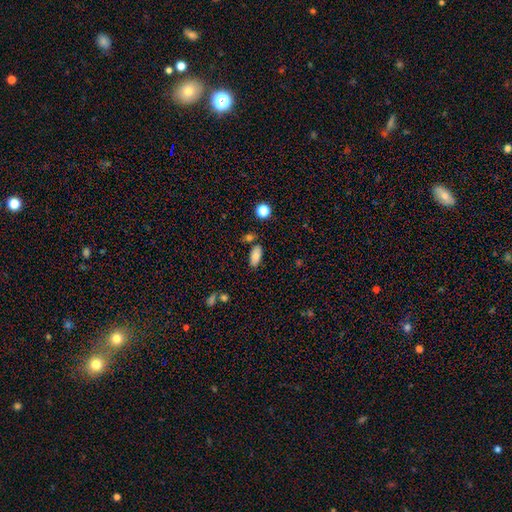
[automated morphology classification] A smooth galaxy with no disk features (83%) that is in between round and cigar-shaped (88%).

Vote fractions:
- Smooth or featured? smooth: 83% / star or artifact: 9% / featured or disk: 8%
- How rounded? in between: 88% / cigar-shaped: 8% / round: 3%
- Merging? none: 75% / minor disturbance: 13% / merger: 8% / major disturbance: 4%